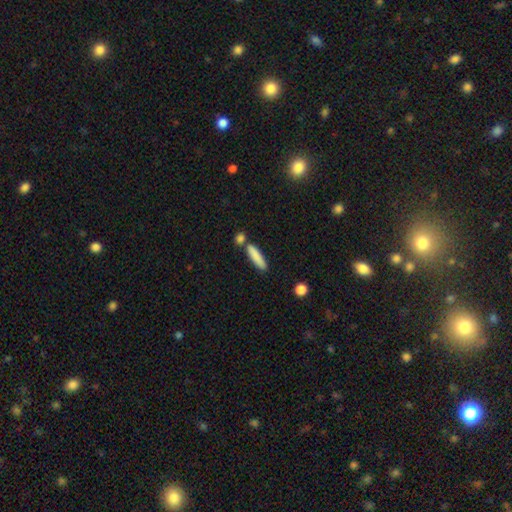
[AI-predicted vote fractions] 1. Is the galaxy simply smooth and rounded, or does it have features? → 84% smooth, 10% featured or disk, 6% star or artifact.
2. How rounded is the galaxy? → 77% cigar-shaped, 21% in between, 2% round.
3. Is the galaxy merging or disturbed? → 69% none, 16% merger, 12% minor disturbance, 3% major disturbance.